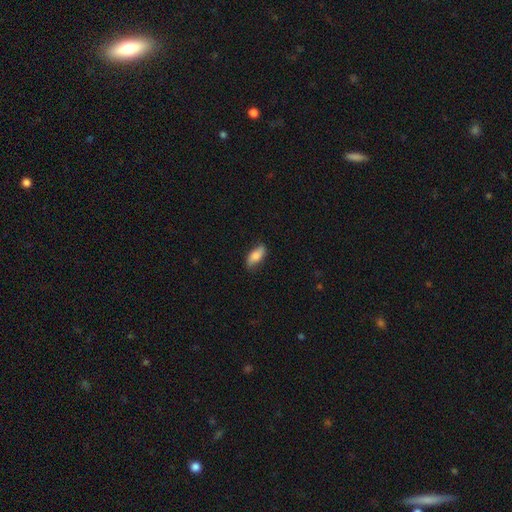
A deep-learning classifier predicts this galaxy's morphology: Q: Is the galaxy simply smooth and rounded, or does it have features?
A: smooth — 75%.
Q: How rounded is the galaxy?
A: in between — 84%.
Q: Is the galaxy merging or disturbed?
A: none — 77%.